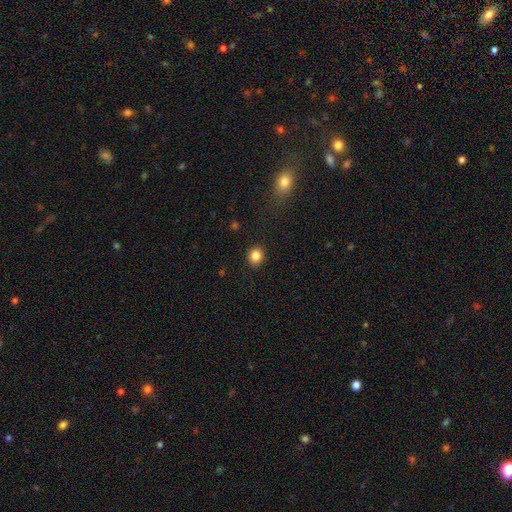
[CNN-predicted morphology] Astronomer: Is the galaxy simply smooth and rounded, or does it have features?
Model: smooth — 85%.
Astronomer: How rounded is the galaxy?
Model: round — 81%.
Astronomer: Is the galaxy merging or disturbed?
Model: none — 90%.